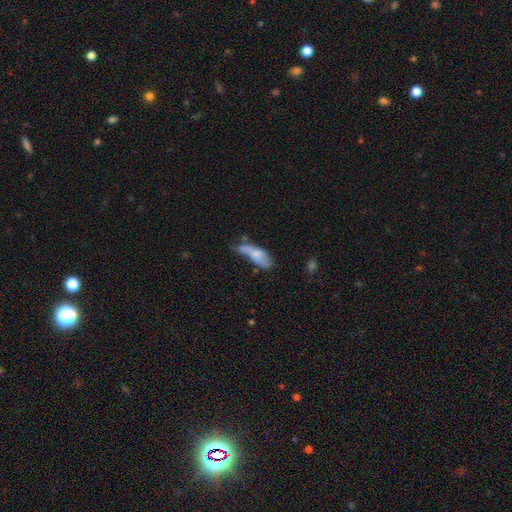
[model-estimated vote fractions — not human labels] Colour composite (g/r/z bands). It shows a smooth galaxy with no disk features (49%). Merging: none (35%).